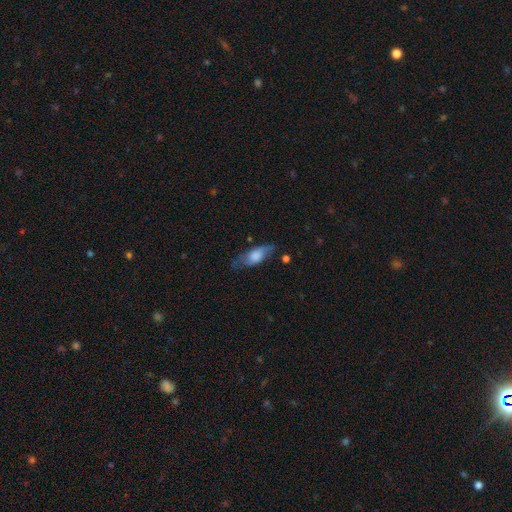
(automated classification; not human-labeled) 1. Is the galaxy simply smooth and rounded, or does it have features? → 57% smooth, 35% featured or disk, 7% star or artifact.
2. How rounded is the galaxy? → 74% in between, 22% cigar-shaped, 4% round.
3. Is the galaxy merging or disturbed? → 62% none, 26% minor disturbance, 10% major disturbance, 2% merger.